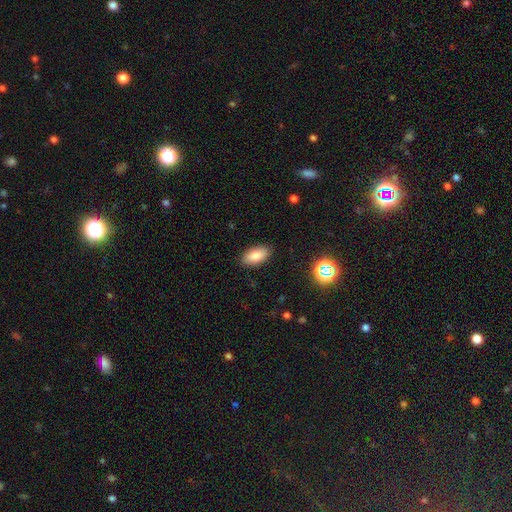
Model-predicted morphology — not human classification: smooth_or_featured: smooth (p=0.85) [alt: star or artifact p=0.09]
how_rounded: in between (p=0.92) [alt: cigar-shaped p=0.05]
merging: none (p=0.88) [alt: minor disturbance p=0.09]